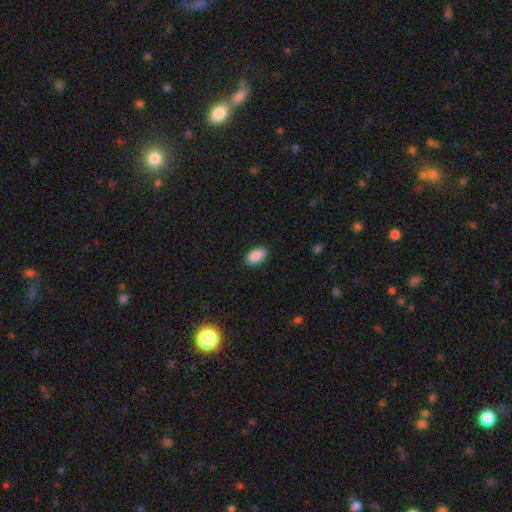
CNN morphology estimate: A smooth galaxy with no disk features (90%) that is in between round and cigar-shaped (93%).

Vote fractions:
- Smooth or featured? smooth: 90% / star or artifact: 7% / featured or disk: 3%
- How rounded? in between: 93% / round: 5% / cigar-shaped: 2%
- Merging? none: 86% / minor disturbance: 11% / major disturbance: 2% / merger: 1%